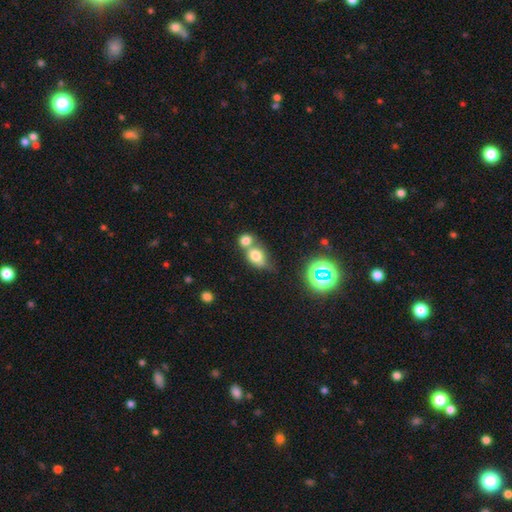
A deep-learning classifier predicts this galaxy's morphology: Q: Smooth or featured?
A: smooth (72%); runner-up: star or artifact (14%)
Q: How rounded?
A: in between (61%); runner-up: round (37%)
Q: Merging?
A: merger (55%); runner-up: none (30%)